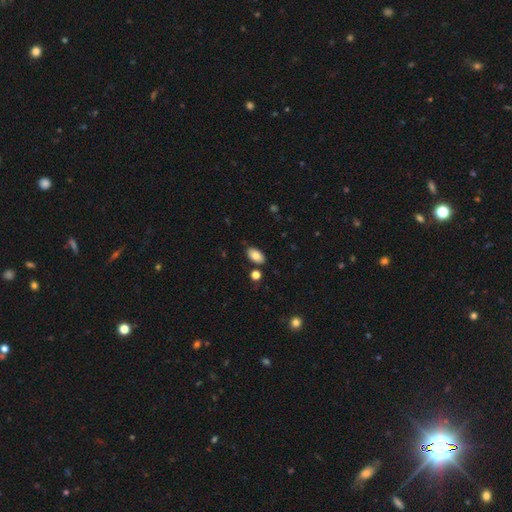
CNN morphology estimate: smooth_or_featured: smooth (p=0.83) [alt: featured or disk p=0.09]
how_rounded: in between (p=0.94) [alt: round p=0.04]
merging: none (p=0.82) [alt: minor disturbance p=0.11]